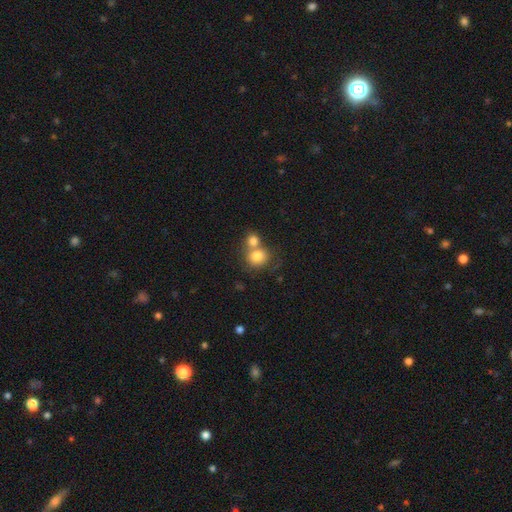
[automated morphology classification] type=smooth (80%); roundness=round (80%); merging=merger (52%).